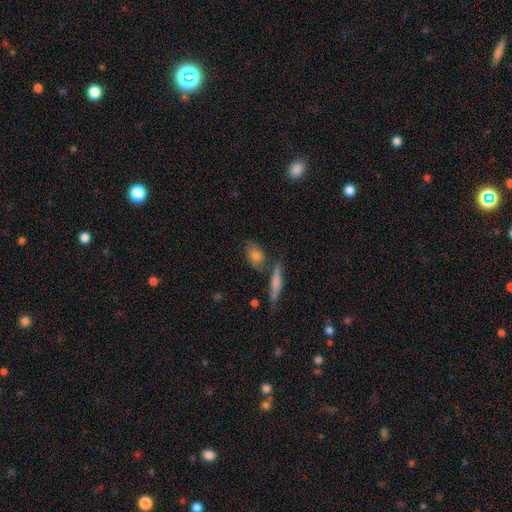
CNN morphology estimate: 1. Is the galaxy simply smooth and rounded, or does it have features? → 72% smooth, 20% featured or disk, 8% star or artifact.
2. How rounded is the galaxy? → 74% in between, 15% round, 11% cigar-shaped.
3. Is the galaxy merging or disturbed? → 62% none, 17% merger, 16% minor disturbance, 5% major disturbance.